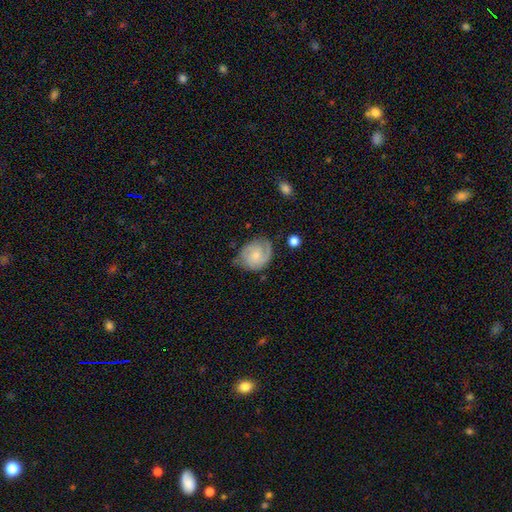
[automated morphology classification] featured or disk 57%, smooth 36%, star or artifact 7%. Down the decision tree: edge-on disk — no (97%); bar — no (68%); spiral arms — yes (86%); bulge size — small (56%); merging — none (62%).